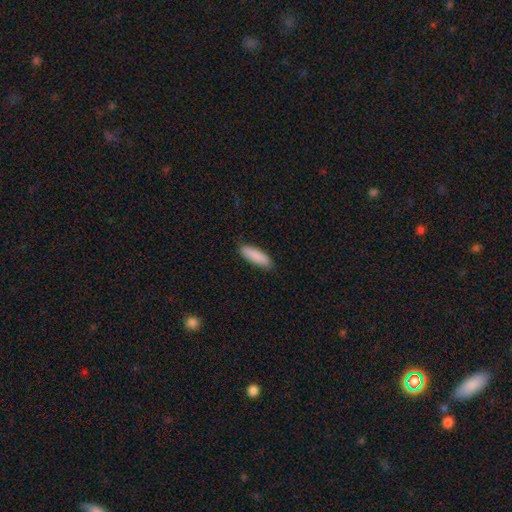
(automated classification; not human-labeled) Smooth or featured: smooth — 89% (featured or disk — 6%)
How rounded: in between — 50% (cigar-shaped — 48%)
Merging: none — 85% (minor disturbance — 12%)